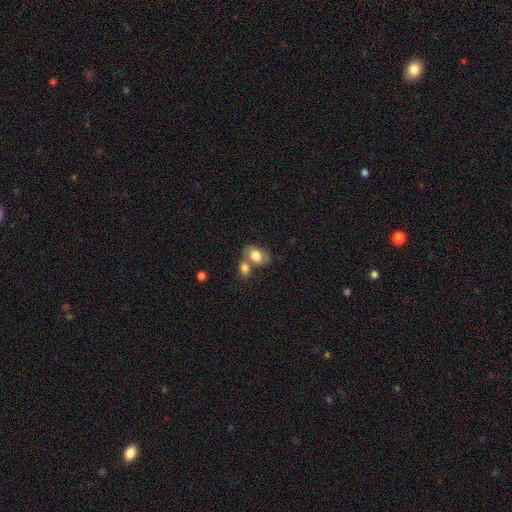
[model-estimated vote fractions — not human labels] Smooth or featured? smooth (76%)
How rounded? in between (77%)
Merging? merger (43%)